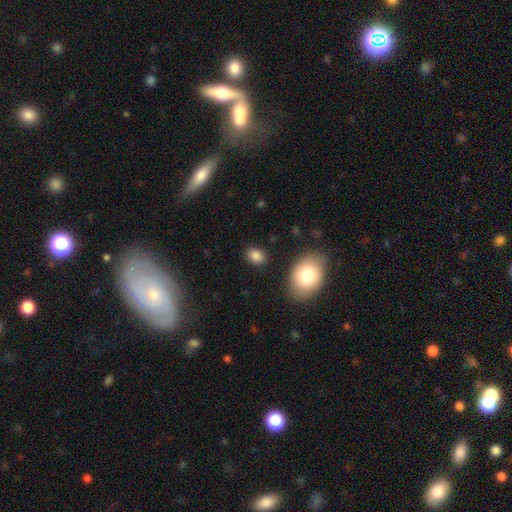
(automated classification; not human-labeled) A smooth galaxy with no disk features (85%) that is in between round and cigar-shaped (69%).

Vote fractions:
- Smooth or featured? smooth: 85% / star or artifact: 10% / featured or disk: 5%
- How rounded? in between: 69% / round: 29% / cigar-shaped: 1%
- Merging? none: 85% / minor disturbance: 10% / major disturbance: 3% / merger: 2%